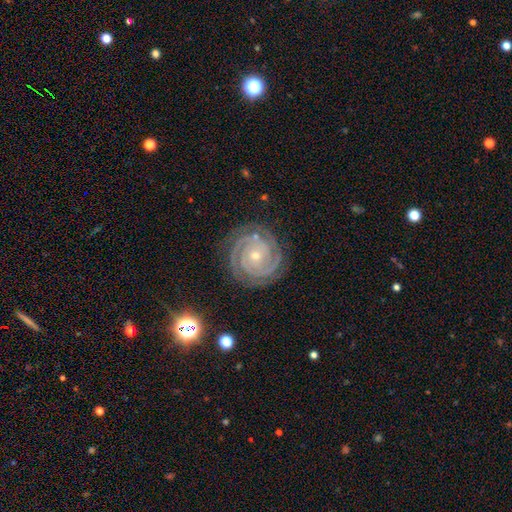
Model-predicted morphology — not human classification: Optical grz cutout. It shows a featured or disk galaxy (91%) with no bar (73%), 2 (56%) tight (88%) spiral arms (99%) and a small central bulge (71%). Merging: none (84%).